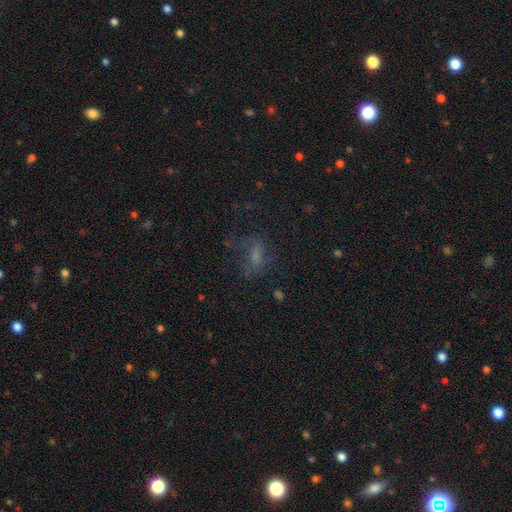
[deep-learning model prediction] smooth_or_featured: smooth (p=0.48) [alt: featured or disk p=0.27]
merging: none (p=0.48) [alt: major disturbance p=0.28]